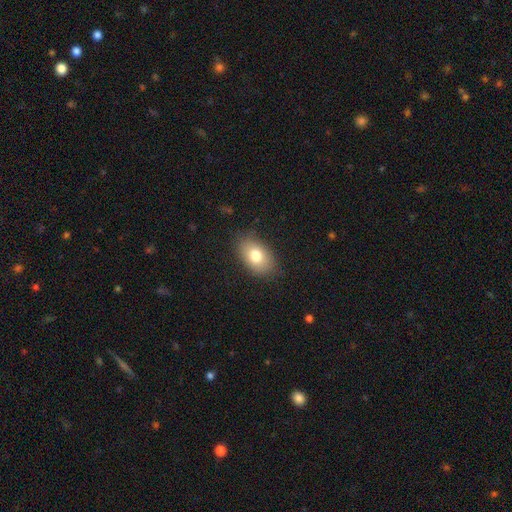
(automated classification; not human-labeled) smooth-or-featured: smooth: 77% | featured or disk: 14% | star or artifact: 9%
  how-rounded: in between: 86% | round: 12% | cigar-shaped: 1%
  merging: none: 82% | minor disturbance: 13% | major disturbance: 3% | merger: 1%